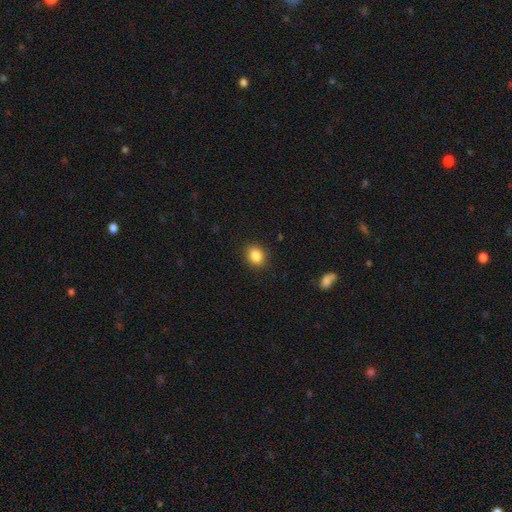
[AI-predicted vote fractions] smooth 86%, star or artifact 9%, featured or disk 4%. Down the decision tree: how rounded — round (54%); merging — none (89%).